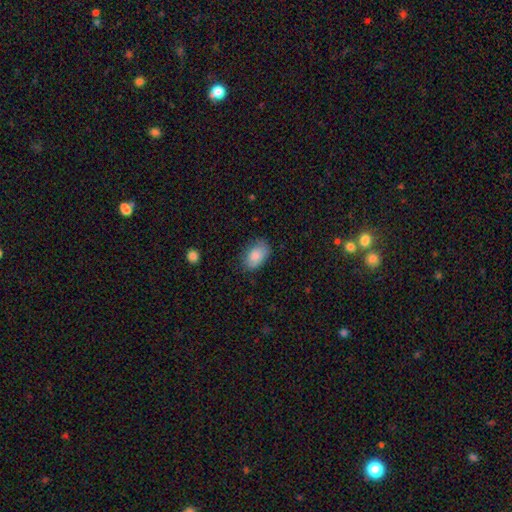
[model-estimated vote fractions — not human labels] This appears to be a smooth galaxy with no disk features (85%) that is in between round and cigar-shaped (90%). Merging: none (72%).